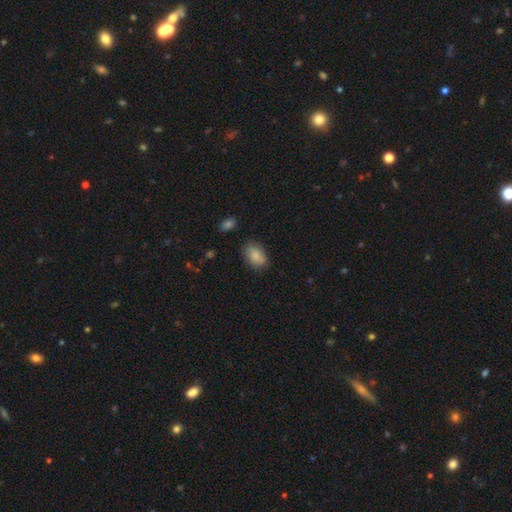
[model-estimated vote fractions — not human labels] smooth 86%, star or artifact 7%, featured or disk 7%. Down the decision tree: how rounded — in between (86%); merging — none (78%).